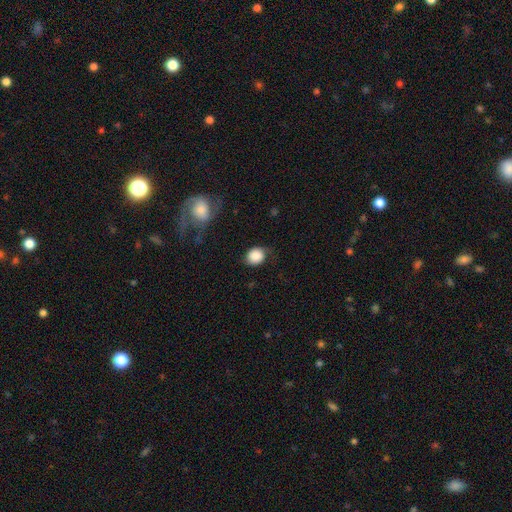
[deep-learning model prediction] A smooth galaxy with no disk features (83%) that is round (68%). Merging: none (64%).